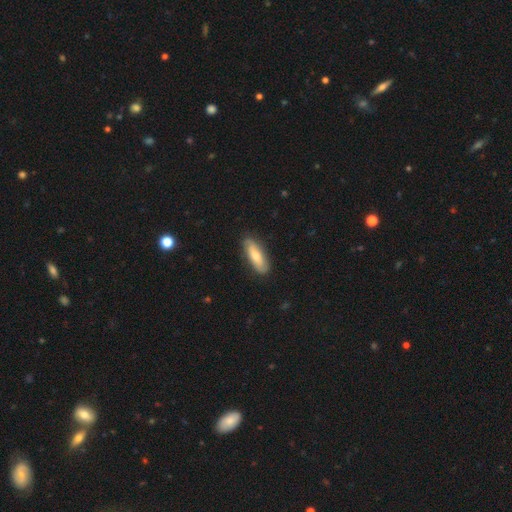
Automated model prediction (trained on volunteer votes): A smooth galaxy with no disk features (67%) that is in between round and cigar-shaped (59%).

Vote fractions:
- Smooth or featured? smooth: 67% / featured or disk: 28% / star or artifact: 5%
- How rounded? in between: 59% / cigar-shaped: 39% / round: 2%
- Merging? none: 84% / minor disturbance: 13% / major disturbance: 2% / merger: 1%